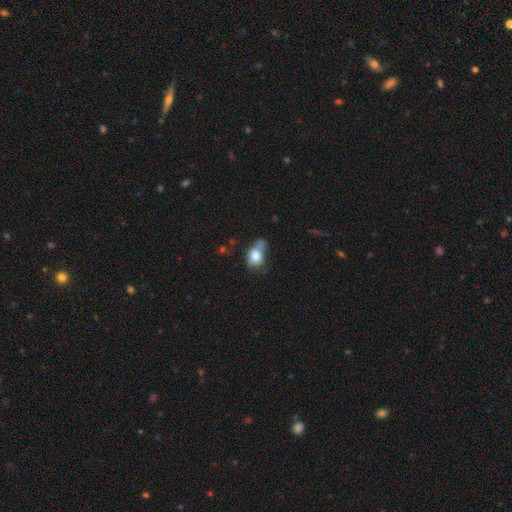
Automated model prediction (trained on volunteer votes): Smooth or featured? Predicted: smooth (p=0.72). How rounded? Predicted: in between (p=0.65). Merging? Predicted: none (p=0.32).